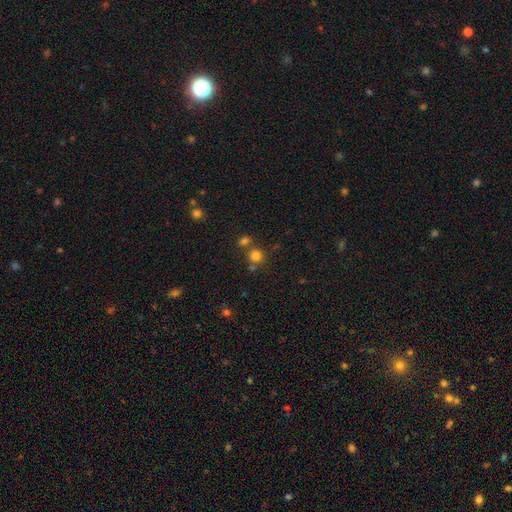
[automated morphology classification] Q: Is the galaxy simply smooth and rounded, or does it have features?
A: smooth — 77%.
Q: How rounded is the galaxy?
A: round — 89%.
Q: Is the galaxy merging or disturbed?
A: none — 65%.